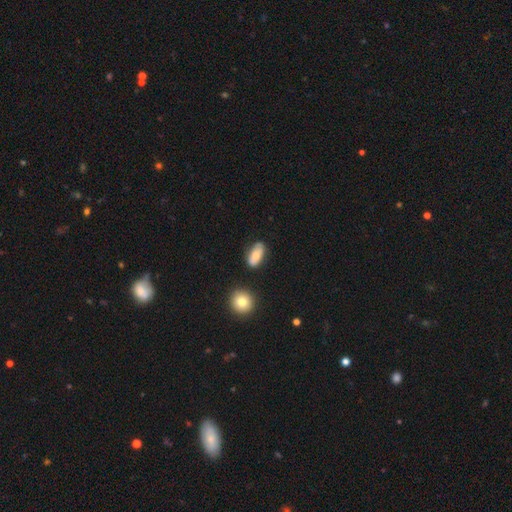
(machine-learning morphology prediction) Smooth or featured: smooth — 62% (featured or disk — 32%)
How rounded: in between — 88% (round — 6%)
Merging: none — 74% (minor disturbance — 16%)